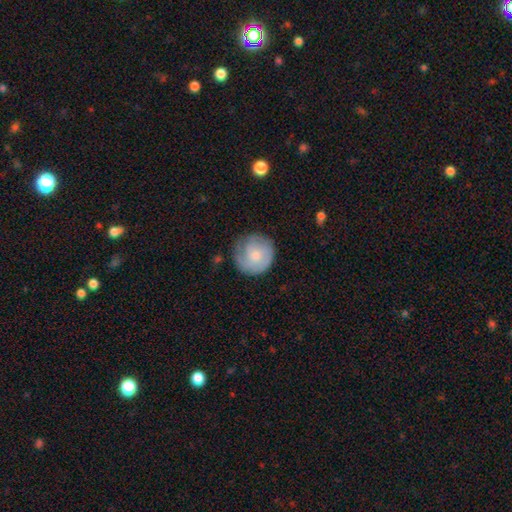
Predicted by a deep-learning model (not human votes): smooth_or_featured: smooth (p=0.49) [alt: featured or disk p=0.45]
merging: none (p=0.72) [alt: minor disturbance p=0.20]